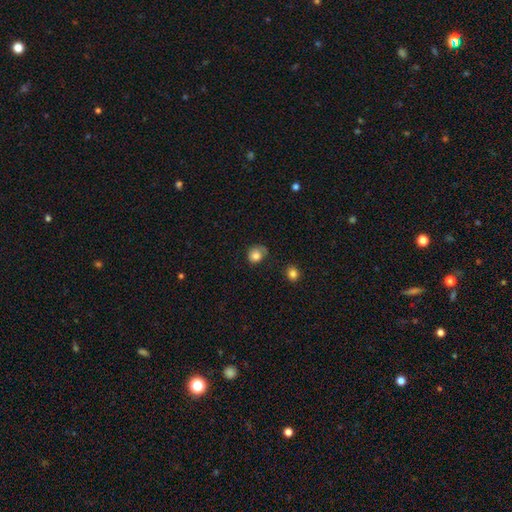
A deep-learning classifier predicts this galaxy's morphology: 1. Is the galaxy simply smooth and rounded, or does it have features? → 79% smooth, 11% featured or disk, 10% star or artifact.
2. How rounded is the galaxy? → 76% round, 23% in between, 1% cigar-shaped.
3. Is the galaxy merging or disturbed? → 54% none, 29% minor disturbance, 13% major disturbance, 3% merger.